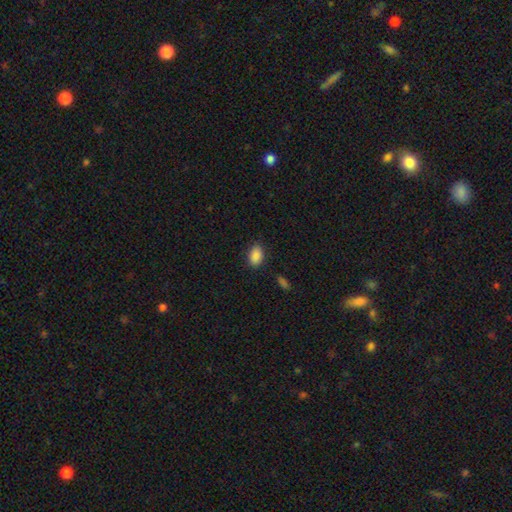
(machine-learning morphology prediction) smooth 89%, star or artifact 8%, featured or disk 4%. Down the decision tree: how rounded — in between (87%); merging — none (85%).